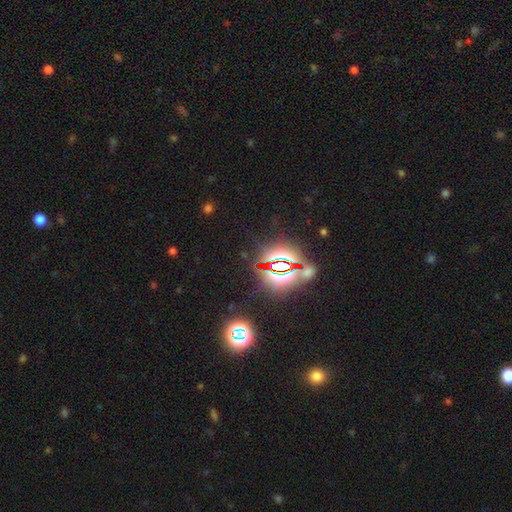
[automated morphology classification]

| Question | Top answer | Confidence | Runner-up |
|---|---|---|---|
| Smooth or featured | star or artifact | 82% | smooth (10%) |